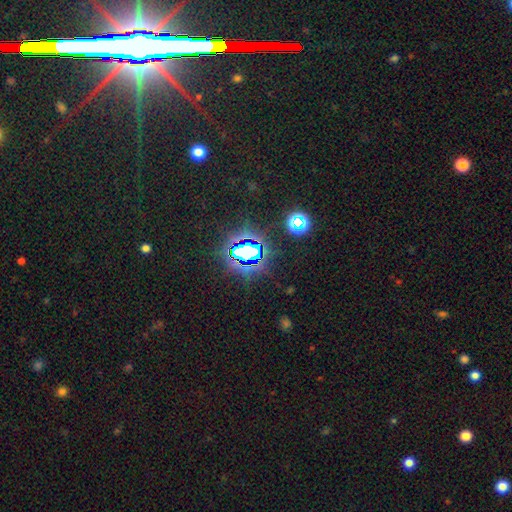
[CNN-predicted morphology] Smooth or featured? Predicted: star or artifact (p=0.76).